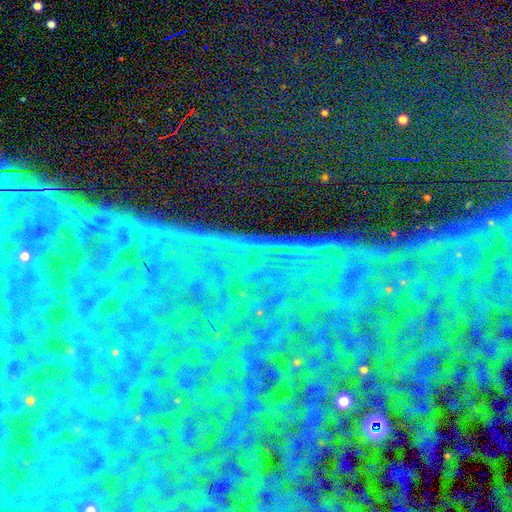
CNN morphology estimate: A star or artifact, not a galaxy (87%).

Vote fractions:
- Smooth or featured? star or artifact: 87% / featured or disk: 7% / smooth: 6%